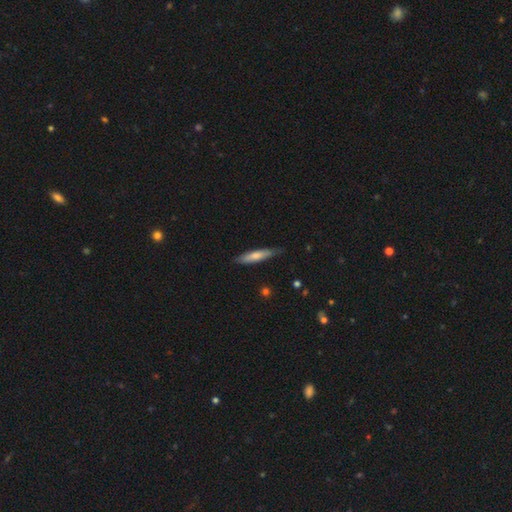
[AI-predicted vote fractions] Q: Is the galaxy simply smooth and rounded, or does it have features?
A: smooth — 68%.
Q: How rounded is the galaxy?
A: cigar-shaped — 81%.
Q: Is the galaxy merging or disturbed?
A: none — 78%.